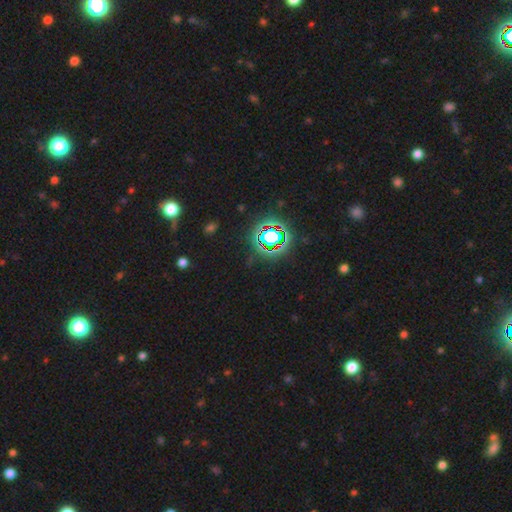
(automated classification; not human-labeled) Smooth or featured? star or artifact (80%)